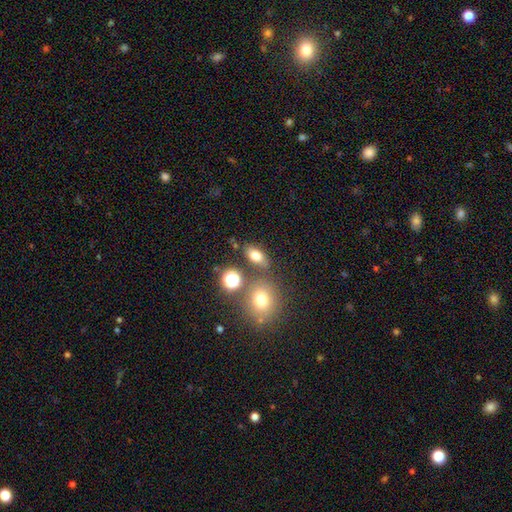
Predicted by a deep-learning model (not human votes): Smooth or featured?
  - smooth: 72% *
  - star or artifact: 14%
  - featured or disk: 13%
How rounded?
  - in between: 75% *
  - round: 19%
  - cigar-shaped: 6%
Merging?
  - none: 73% *
  - minor disturbance: 11%
  - merger: 11%
  - major disturbance: 4%